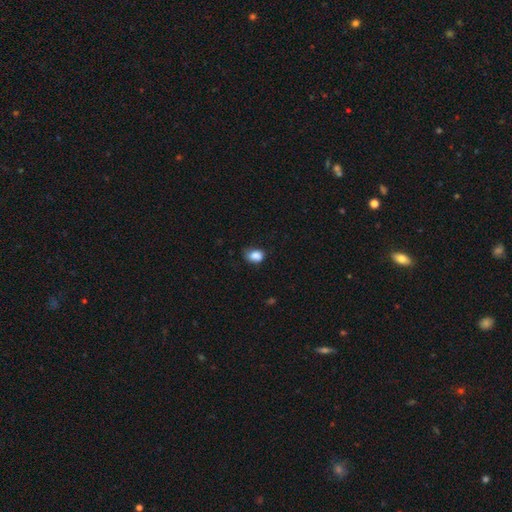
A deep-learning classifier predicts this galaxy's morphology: smooth 85%, star or artifact 9%, featured or disk 6%. Down the decision tree: how rounded — in between (64%); merging — none (50%).